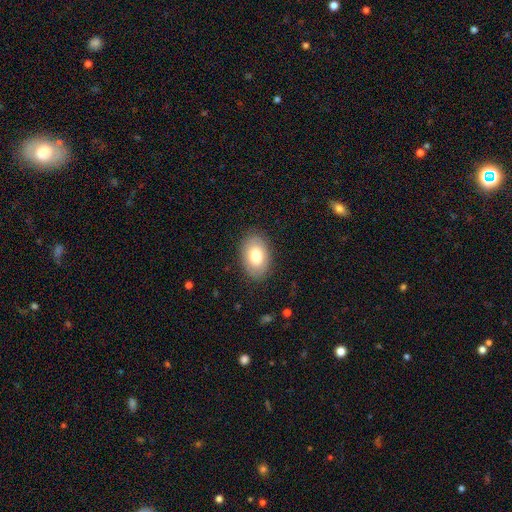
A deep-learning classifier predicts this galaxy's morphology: This appears to be a smooth galaxy with no disk features (73%) that is in between round and cigar-shaped (87%). Merging: none (86%).